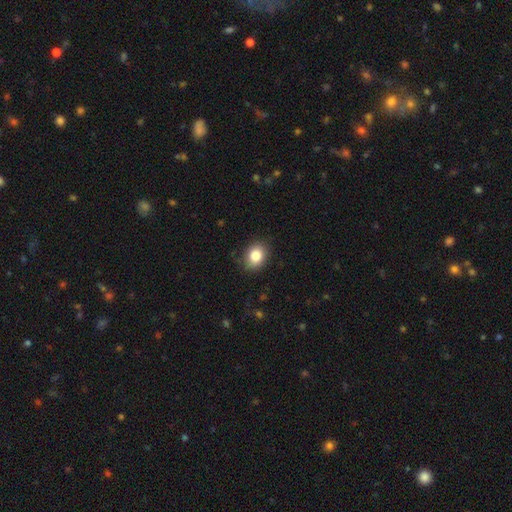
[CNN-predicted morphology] Smooth or featured? smooth (84%)
How rounded? in between (51%)
Merging? none (84%)